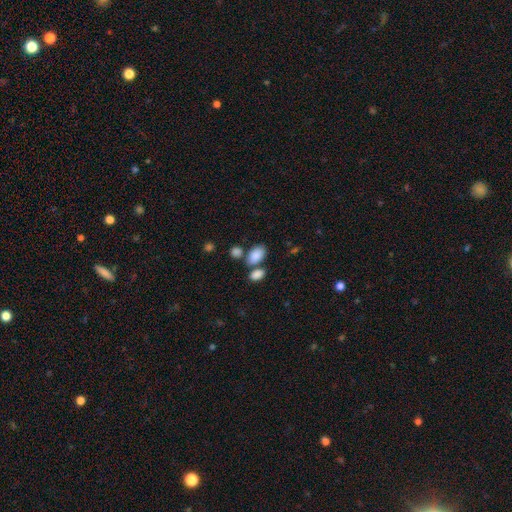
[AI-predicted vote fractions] Overall: smooth (86%). How rounded: in between (91%). Merging: none (54%; merger 30%).